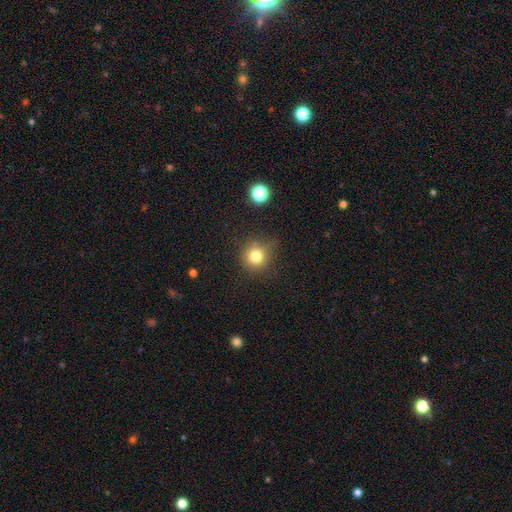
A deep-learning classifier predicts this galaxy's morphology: The model was most divided on "merging": none: 74%, minor disturbance: 18%, major disturbance: 5%, merger: 3%. More confident: how rounded — round (89%); smooth or featured — smooth (79%).